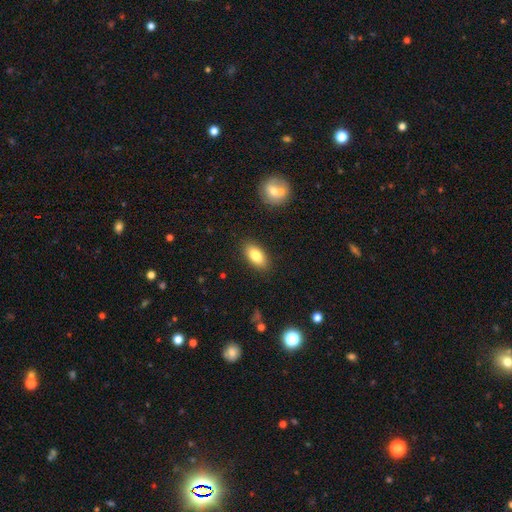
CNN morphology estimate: This is clearly a smooth galaxy (84%). How rounded: clearly in between (90%). Merging: clearly none (87%).